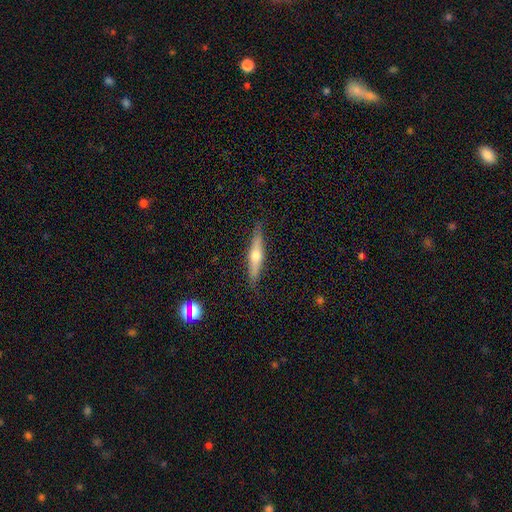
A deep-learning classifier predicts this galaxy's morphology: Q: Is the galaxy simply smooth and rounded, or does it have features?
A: featured or disk — 60%.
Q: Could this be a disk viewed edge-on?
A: yes — 95%.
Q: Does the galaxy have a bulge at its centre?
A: rounded — 91%.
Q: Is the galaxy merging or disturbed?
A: none — 88%.